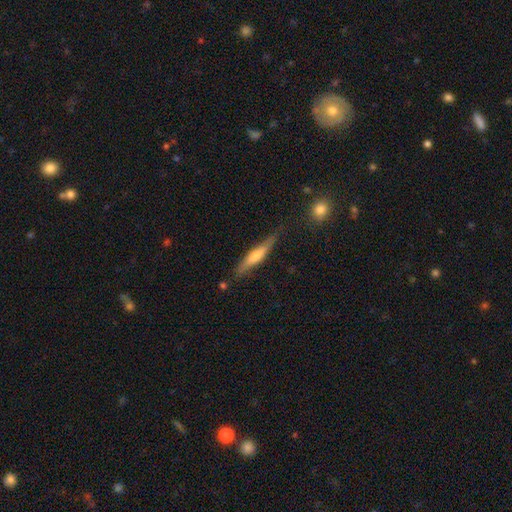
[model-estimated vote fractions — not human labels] Overall: featured or disk (49%; smooth 45%). Merging: none (77%).